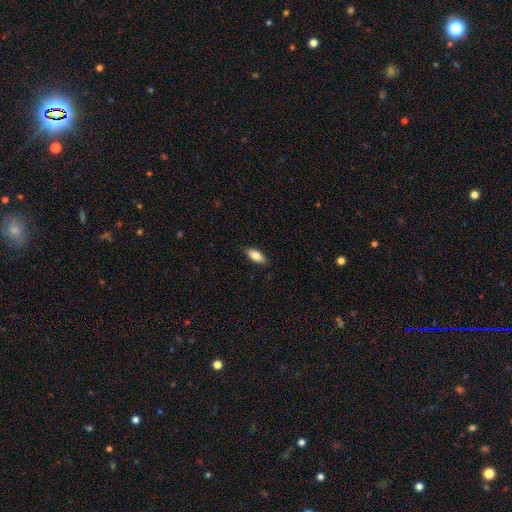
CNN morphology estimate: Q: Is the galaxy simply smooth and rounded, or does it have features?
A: smooth — 80%.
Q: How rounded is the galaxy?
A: in between — 84%.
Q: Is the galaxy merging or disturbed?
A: none — 88%.